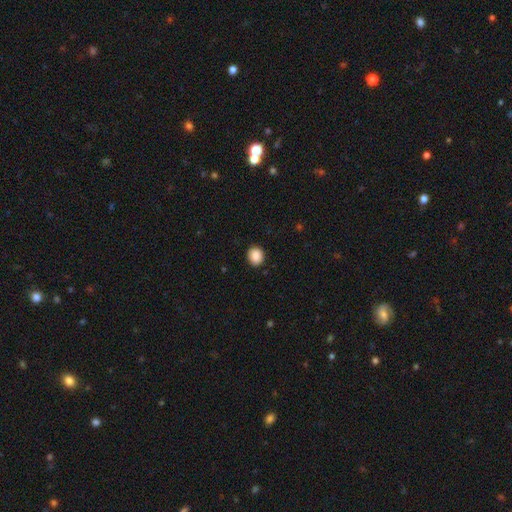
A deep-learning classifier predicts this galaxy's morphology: Smooth or featured?
  - smooth: 88% *
  - star or artifact: 8%
  - featured or disk: 3%
How rounded?
  - round: 71% *
  - in between: 28%
  - cigar-shaped: 1%
Merging?
  - none: 90% *
  - minor disturbance: 7%
  - major disturbance: 2%
  - merger: 1%